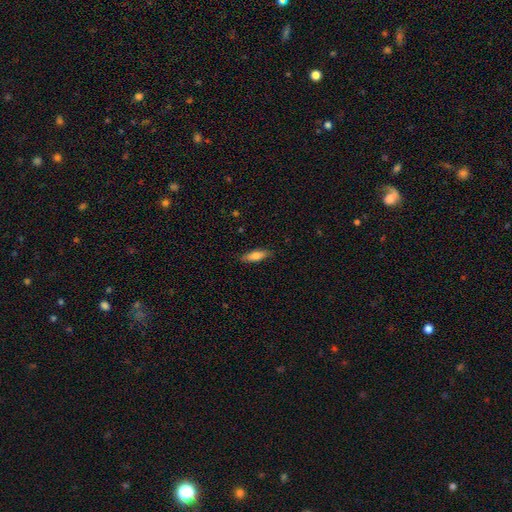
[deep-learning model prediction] This appears to be a smooth galaxy with no disk features (75%) that is cigar-shaped (50%). Merging: none (85%).